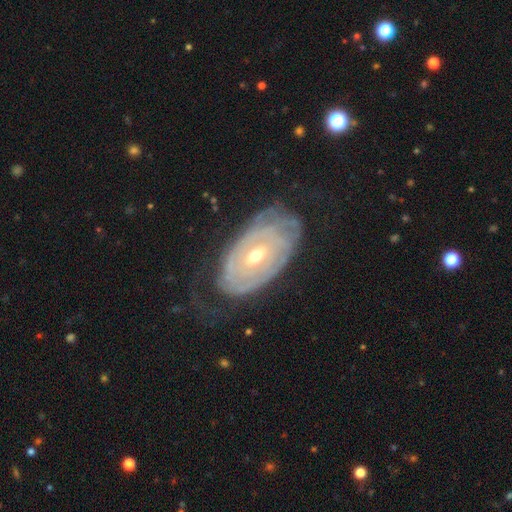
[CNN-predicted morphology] type=featured or disk (81%); edge-on=no (93%); bar=no (48%); spiral arms=yes (81%); winding=tight (79%); arm count=can't tell (58%); bulge=moderate (53%); merging=none (65%).